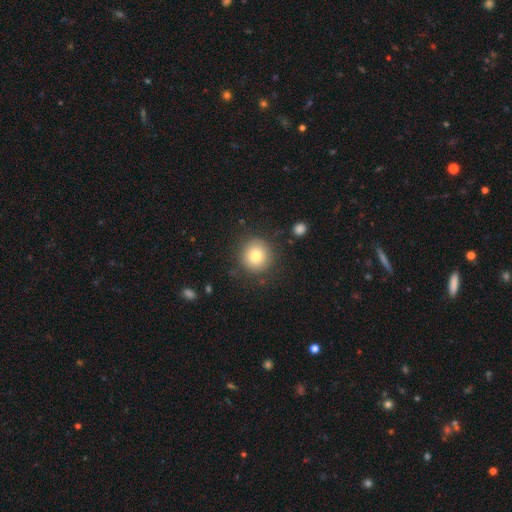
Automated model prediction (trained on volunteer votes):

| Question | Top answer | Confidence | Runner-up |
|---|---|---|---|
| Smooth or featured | smooth | 78% | featured or disk (12%) |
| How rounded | round | 94% | in between (5%) |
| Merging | none | 87% | minor disturbance (8%) |